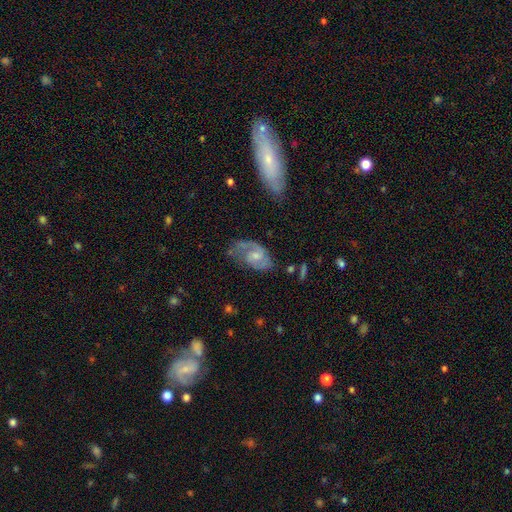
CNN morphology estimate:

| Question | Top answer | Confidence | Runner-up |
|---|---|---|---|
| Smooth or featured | featured or disk | 76% | smooth (17%) |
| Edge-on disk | no | 96% | yes (4%) |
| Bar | no | 51% | weak (42%) |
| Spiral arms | yes | 92% | no (8%) |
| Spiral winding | medium | 50% | tight (27%) |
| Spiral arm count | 2 | 75% | can't tell (10%) |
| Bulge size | small | 49% | moderate (41%) |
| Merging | none | 57% | minor disturbance (25%) |